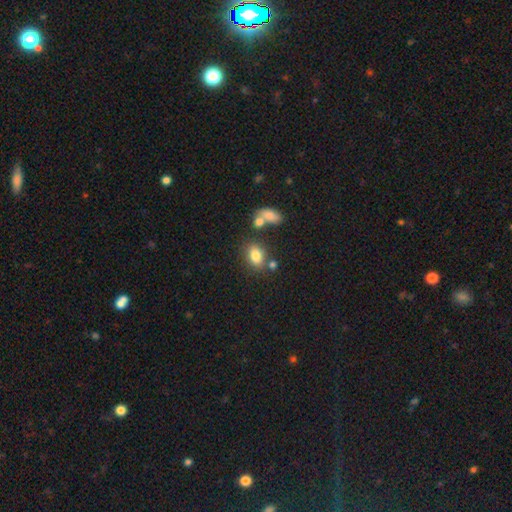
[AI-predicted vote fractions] Morphology: type=smooth (81%); roundness=in between (79%); merging=none (64%).